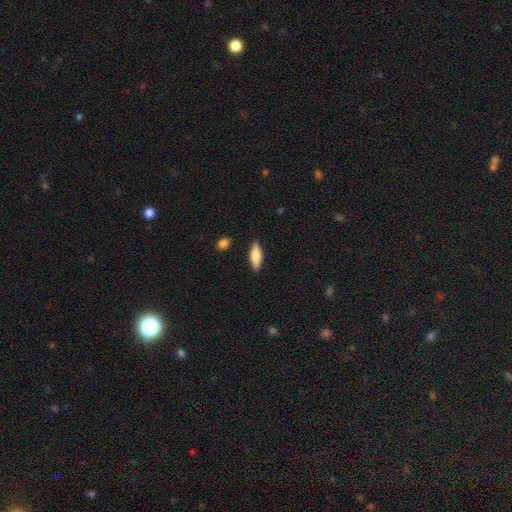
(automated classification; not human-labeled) This is likely a smooth galaxy (73%). How rounded: likely in between (63%). Merging: clearly none (86%).